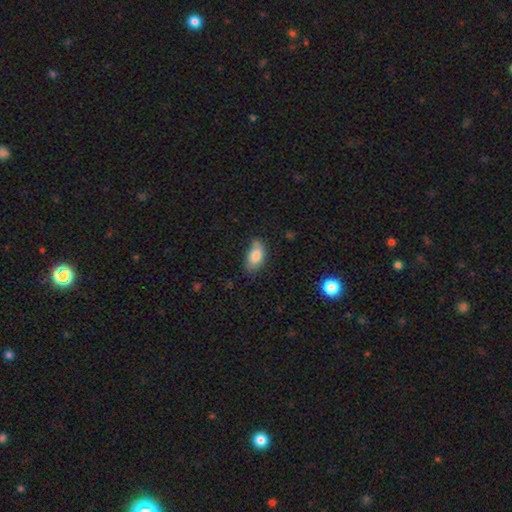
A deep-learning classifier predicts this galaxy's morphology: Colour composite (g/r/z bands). It shows a smooth galaxy with no disk features (81%) that is in between round and cigar-shaped (92%). Merging: none (60%).